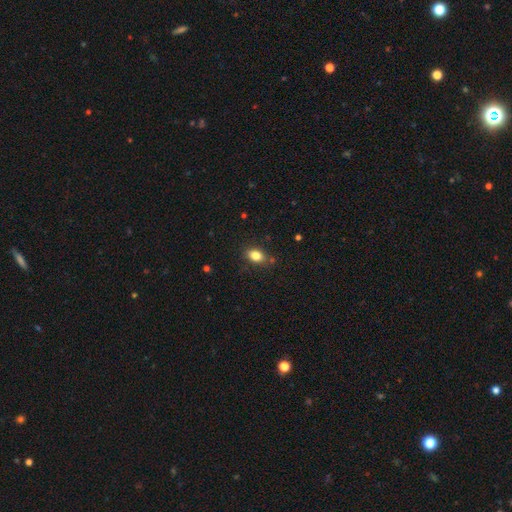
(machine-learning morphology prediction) type=smooth (84%); roundness=in between (81%); merging=none (81%).